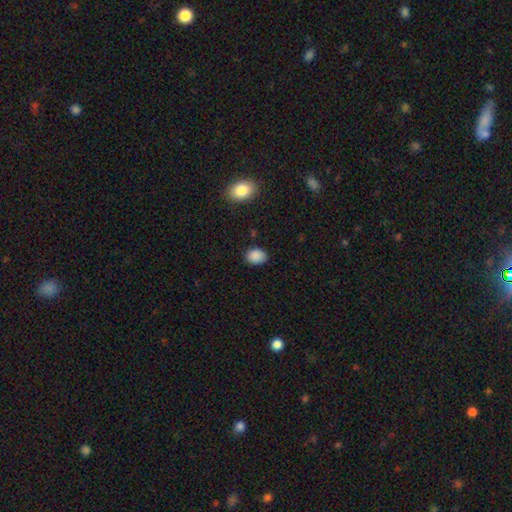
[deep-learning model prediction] smooth 87%, star or artifact 9%, featured or disk 3%. Down the decision tree: how rounded — in between (65%); merging — none (83%).